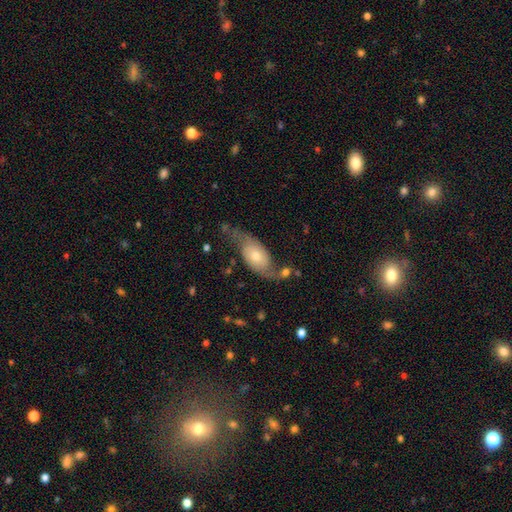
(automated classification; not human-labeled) This appears to be a featured or disk galaxy (69%) with no bar (72%), 2 (89%) loose (68%) spiral arms (89%) and a moderate central bulge (52%). Merging: none (50%).